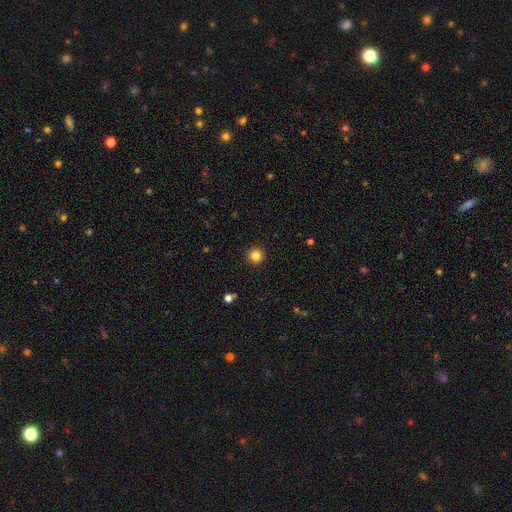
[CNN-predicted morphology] A smooth galaxy with no disk features (84%) that is round (96%). Merging: none (93%).